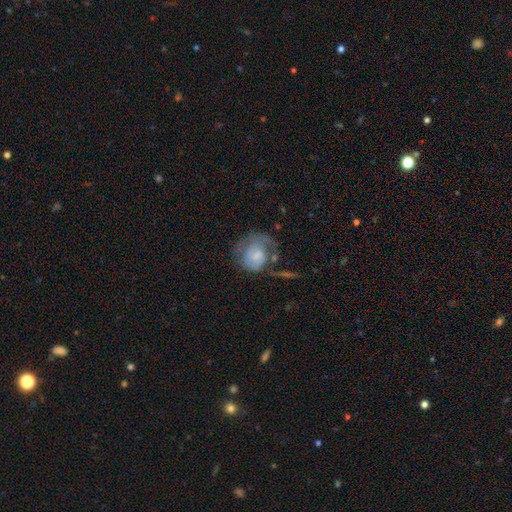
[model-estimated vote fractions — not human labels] Morphology: type=smooth (50%); merging=none (36%).